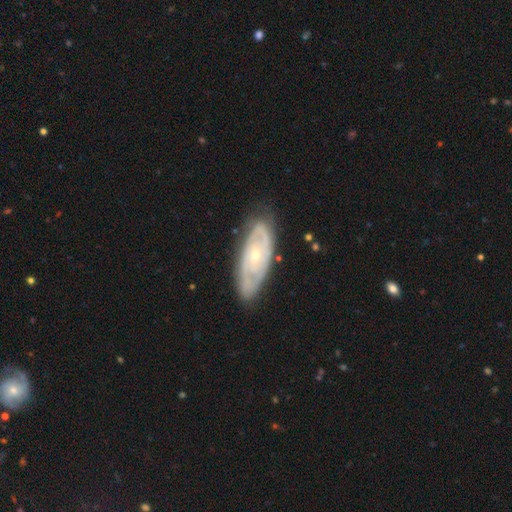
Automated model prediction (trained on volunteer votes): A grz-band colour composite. It shows a featured or disk galaxy (79%) with no bar (75%), tight (67%) spiral arms (83%) and a small central bulge (69%). Merging: none (77%).